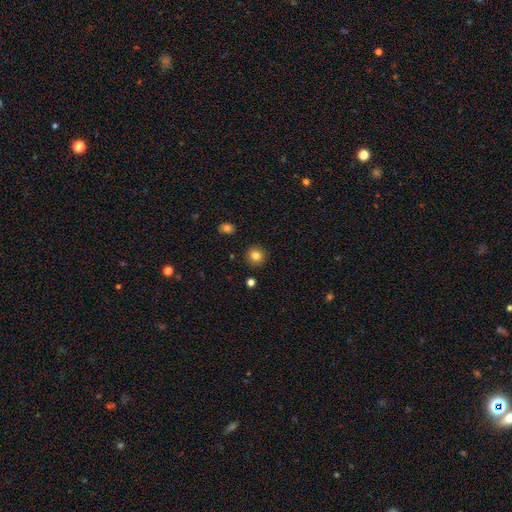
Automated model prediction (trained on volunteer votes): Smooth or featured? Predicted: smooth (p=0.83). How rounded? Predicted: round (p=0.91). Merging? Predicted: none (p=0.91).